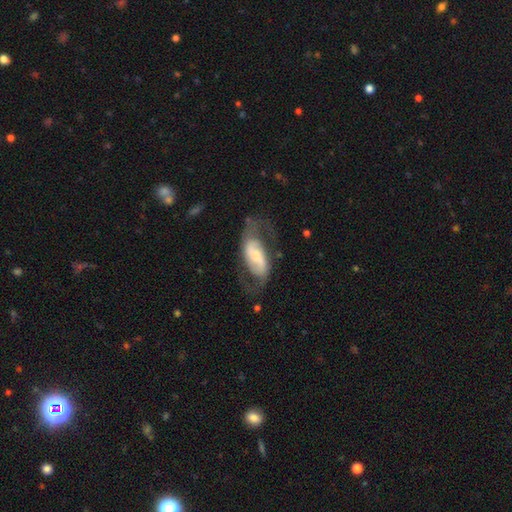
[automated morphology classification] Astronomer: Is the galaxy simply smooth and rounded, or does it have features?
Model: featured or disk — 77%.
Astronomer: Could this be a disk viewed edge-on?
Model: no — 95%.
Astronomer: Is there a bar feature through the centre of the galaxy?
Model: weak — 40% (runner-up: strong, 32%).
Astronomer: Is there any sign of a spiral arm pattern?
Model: yes — 88%.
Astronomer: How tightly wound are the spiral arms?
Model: medium — 43% (runner-up: loose, 42%).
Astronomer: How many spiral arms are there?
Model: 2 — 87%.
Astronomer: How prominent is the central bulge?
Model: small — 44% (runner-up: moderate, 42%).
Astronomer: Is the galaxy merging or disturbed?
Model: none — 61%.